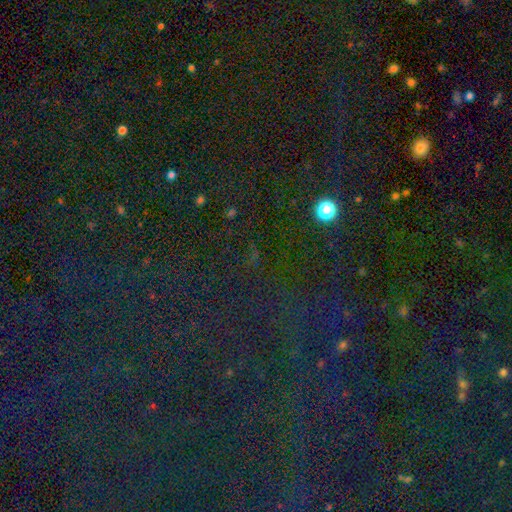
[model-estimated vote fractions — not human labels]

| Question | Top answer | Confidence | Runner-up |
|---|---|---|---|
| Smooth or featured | star or artifact | 78% | smooth (15%) |